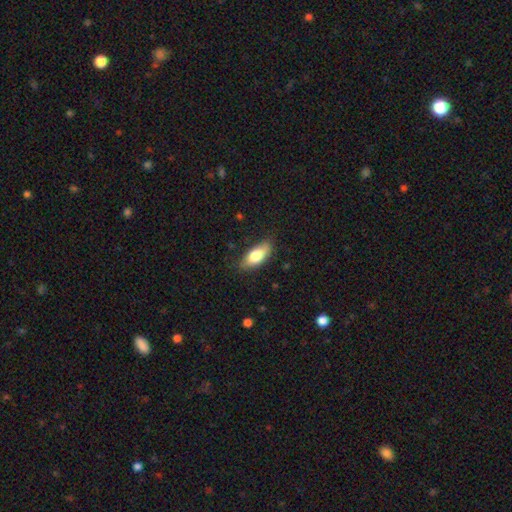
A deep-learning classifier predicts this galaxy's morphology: smooth-or-featured: smooth: 76% | featured or disk: 18% | star or artifact: 6%
  how-rounded: in between: 82% | cigar-shaped: 15% | round: 3%
  merging: none: 76% | minor disturbance: 19% | major disturbance: 4% | merger: 1%